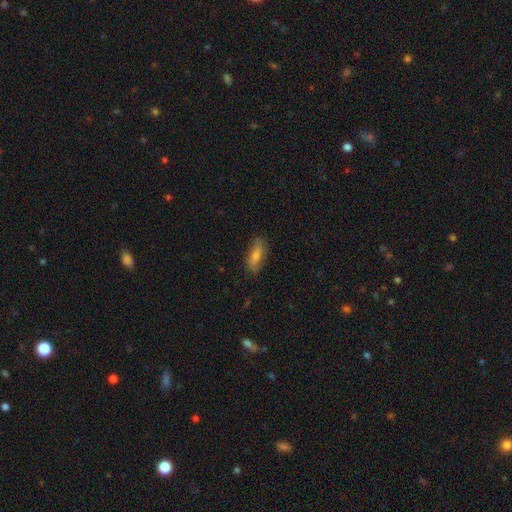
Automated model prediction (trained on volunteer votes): smooth_or_featured: smooth (p=0.58) [alt: featured or disk p=0.33]
how_rounded: in between (p=0.60) [alt: cigar-shaped p=0.37]
merging: none (p=0.79) [alt: minor disturbance p=0.16]